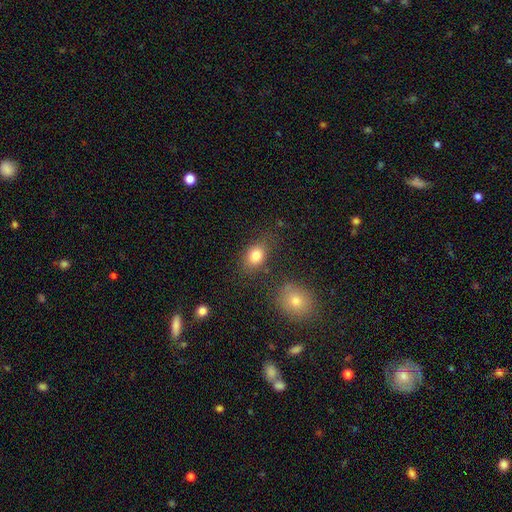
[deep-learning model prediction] The model was most divided on "how rounded": in between: 69%, round: 30%, cigar-shaped: 2%. More confident: smooth or featured — smooth (81%); merging — none (73%).